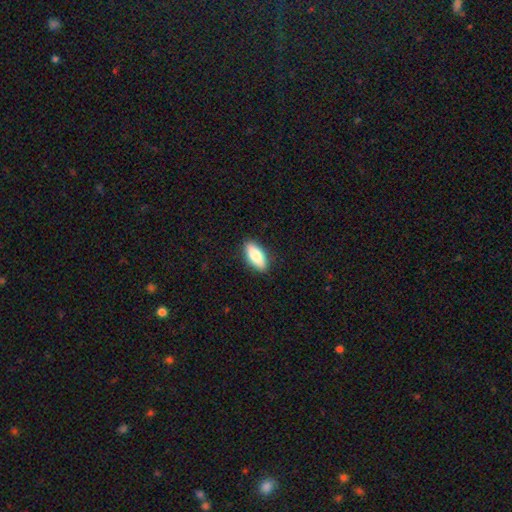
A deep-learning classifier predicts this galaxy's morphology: Smooth or featured: smooth — 83% (featured or disk — 11%)
How rounded: in between — 82% (cigar-shaped — 15%)
Merging: none — 88% (minor disturbance — 9%)